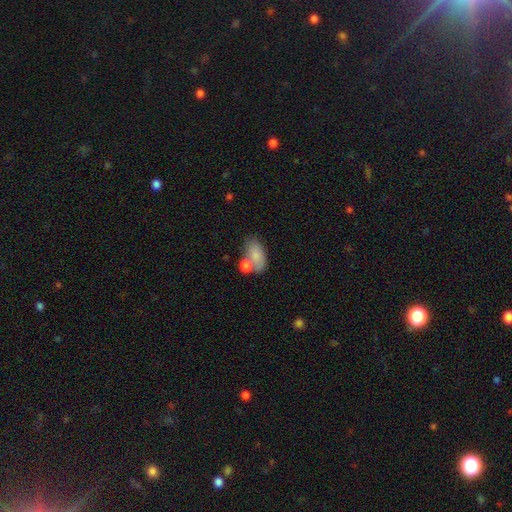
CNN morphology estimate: smooth_or_featured: smooth (p=0.79) [alt: featured or disk p=0.14]
how_rounded: in between (p=0.90) [alt: round p=0.07]
merging: none (p=0.43) [alt: merger p=0.32]